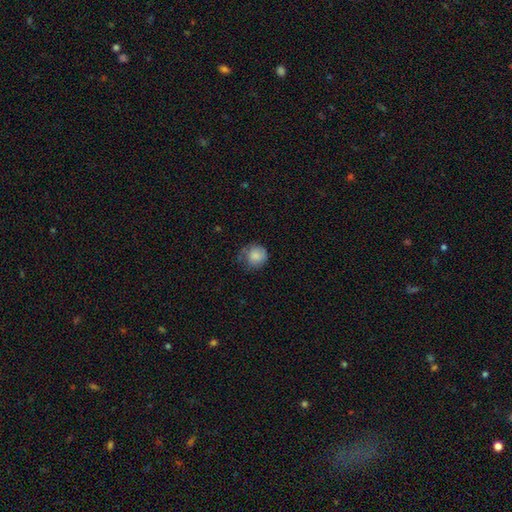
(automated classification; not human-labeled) A smooth galaxy with no disk features (79%) that is round (85%).

Vote fractions:
- Smooth or featured? smooth: 79% / featured or disk: 13% / star or artifact: 8%
- How rounded? round: 85% / in between: 14% / cigar-shaped: 1%
- Merging? none: 52% / minor disturbance: 32% / major disturbance: 15% / merger: 2%